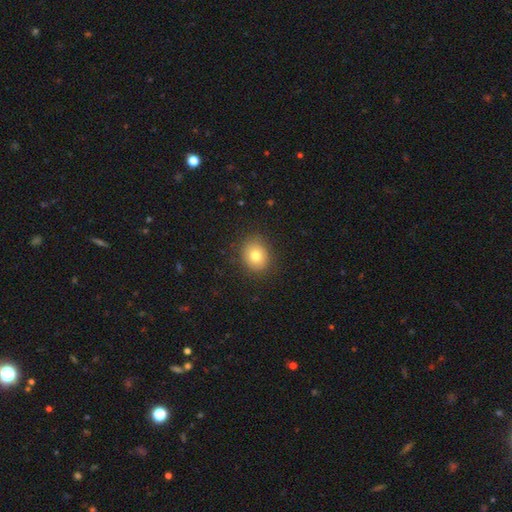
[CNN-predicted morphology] smooth-or-featured: smooth: 77% | featured or disk: 12% | star or artifact: 11%
  how-rounded: round: 65% | in between: 34% | cigar-shaped: 1%
  merging: none: 86% | minor disturbance: 10% | major disturbance: 3% | merger: 1%